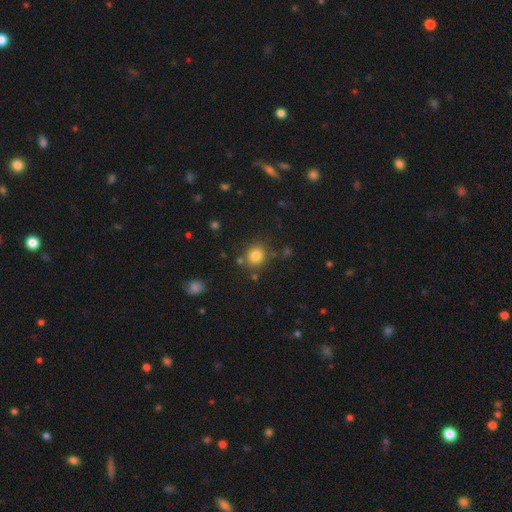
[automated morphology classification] A smooth galaxy with no disk features (82%) that is round (81%).

Vote fractions:
- Smooth or featured? smooth: 82% / star or artifact: 12% / featured or disk: 6%
- How rounded? round: 81% / in between: 18% / cigar-shaped: 1%
- Merging? none: 82% / minor disturbance: 10% / merger: 5% / major disturbance: 3%